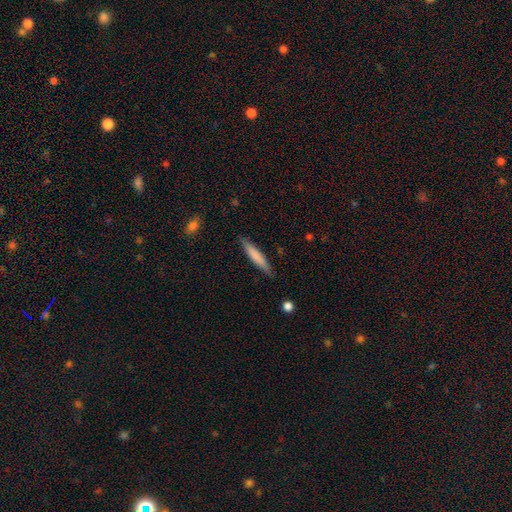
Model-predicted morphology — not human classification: This appears to be a smooth galaxy with no disk features (74%) that is cigar-shaped (90%). Merging: none (84%).